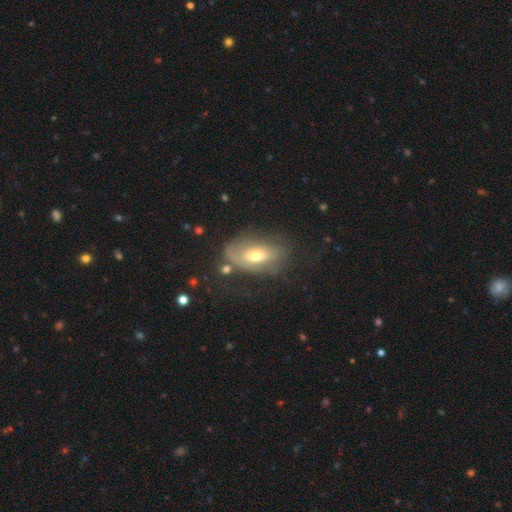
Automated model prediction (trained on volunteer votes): The model was most divided on "smooth or featured": featured or disk: 47%, smooth: 44%, star or artifact: 9%. More confident: merging — none (55%).